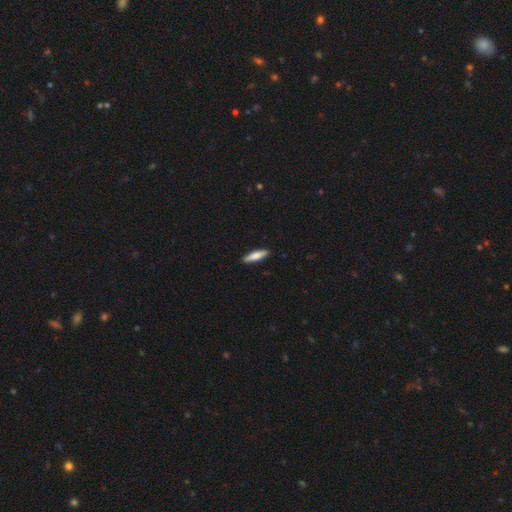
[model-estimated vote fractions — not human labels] Q: Smooth or featured?
A: smooth (75%); runner-up: featured or disk (19%)
Q: How rounded?
A: cigar-shaped (74%); runner-up: in between (24%)
Q: Merging?
A: none (90%); runner-up: minor disturbance (7%)